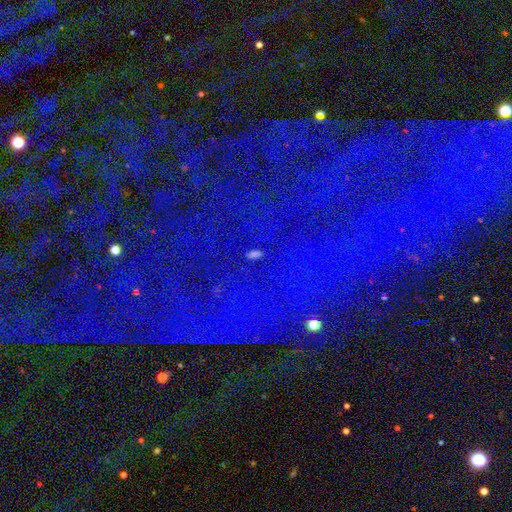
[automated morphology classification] This appears to be a star or artifact, not a galaxy (85%).